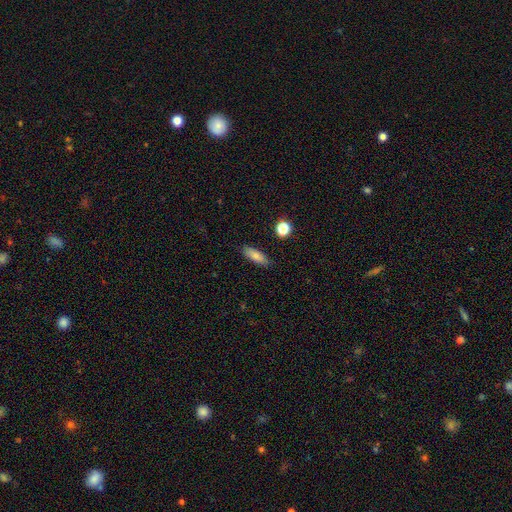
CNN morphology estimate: Smooth or featured? smooth (80%)
How rounded? in between (58%)
Merging? none (87%)